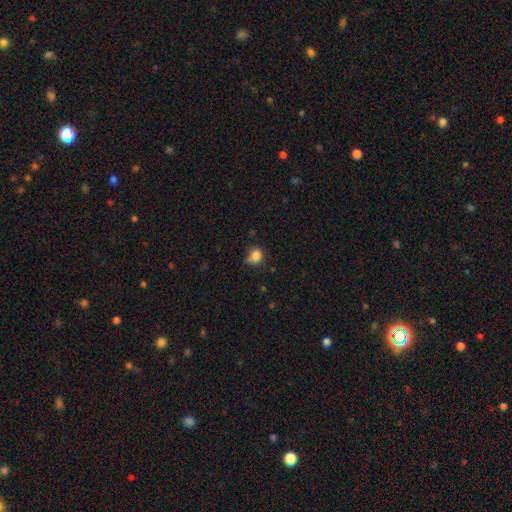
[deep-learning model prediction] Overall: smooth (85%). How rounded: round (77%). Merging: none (64%; minor disturbance 28%).